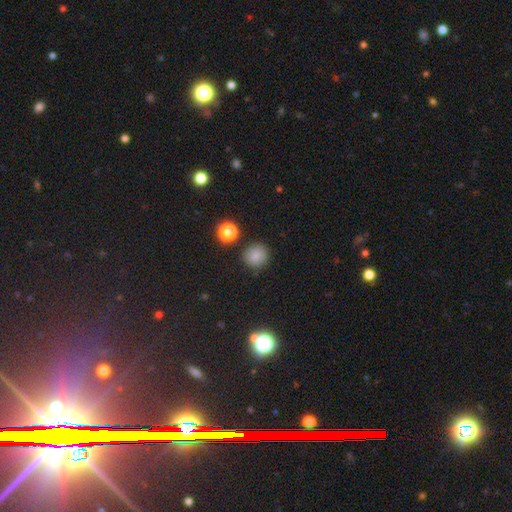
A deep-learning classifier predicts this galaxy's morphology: Smooth or featured: smooth — 81% (star or artifact — 13%)
How rounded: round — 92% (in between — 7%)
Merging: none — 86% (minor disturbance — 9%)